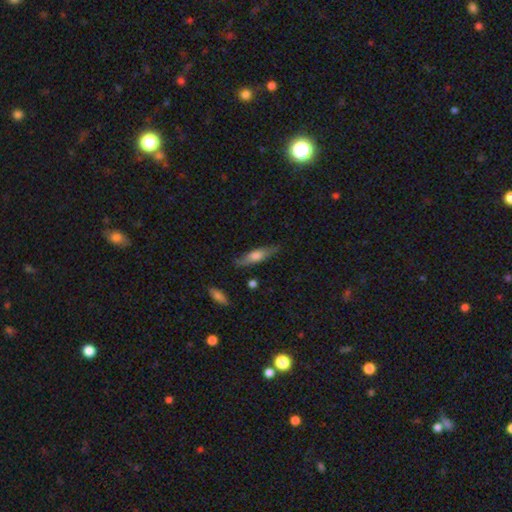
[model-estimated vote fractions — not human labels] Morphology: type=smooth (54%); roundness=cigar-shaped (70%); merging=none (81%).